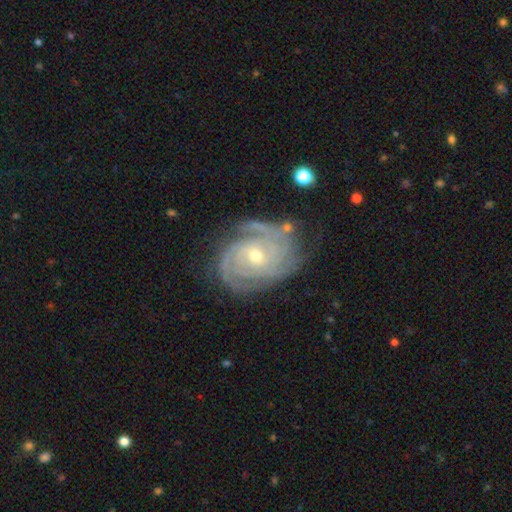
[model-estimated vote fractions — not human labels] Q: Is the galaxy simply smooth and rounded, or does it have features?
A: featured or disk — 89%.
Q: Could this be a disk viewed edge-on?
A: no — 97%.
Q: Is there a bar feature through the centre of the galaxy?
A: no — 71%.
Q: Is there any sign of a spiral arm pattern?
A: yes — 97%.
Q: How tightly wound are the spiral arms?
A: tight — 77%.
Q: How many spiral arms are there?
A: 3 — 30%.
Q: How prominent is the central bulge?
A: small — 51%.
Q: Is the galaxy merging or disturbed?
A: none — 70%.